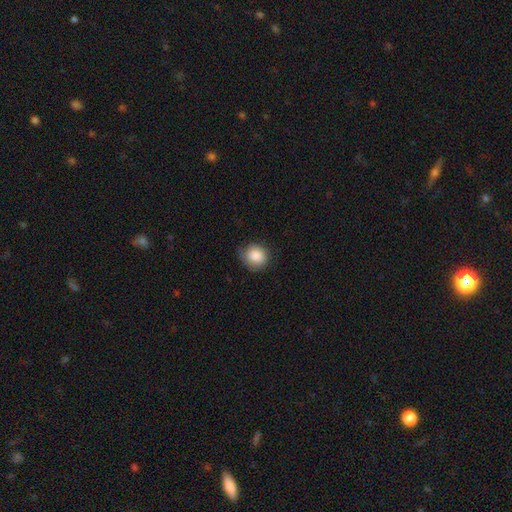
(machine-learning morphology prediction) Smooth or featured?
  - smooth: 86% *
  - star or artifact: 7%
  - featured or disk: 7%
How rounded?
  - round: 77% *
  - in between: 22%
  - cigar-shaped: 1%
Merging?
  - none: 69% *
  - minor disturbance: 24%
  - major disturbance: 6%
  - merger: 1%